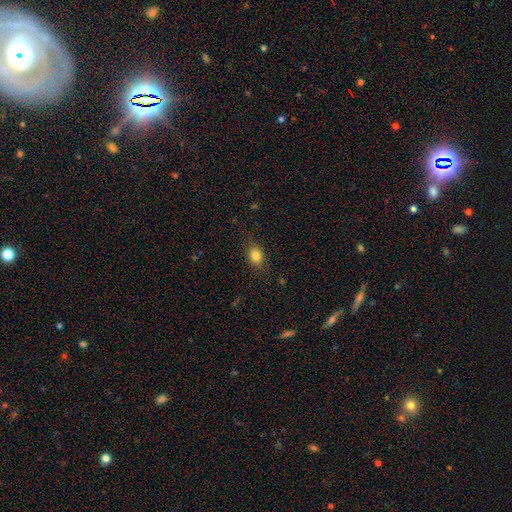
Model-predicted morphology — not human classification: Overall: smooth (83%). How rounded: in between (61%; round 38%). Merging: none (82%).